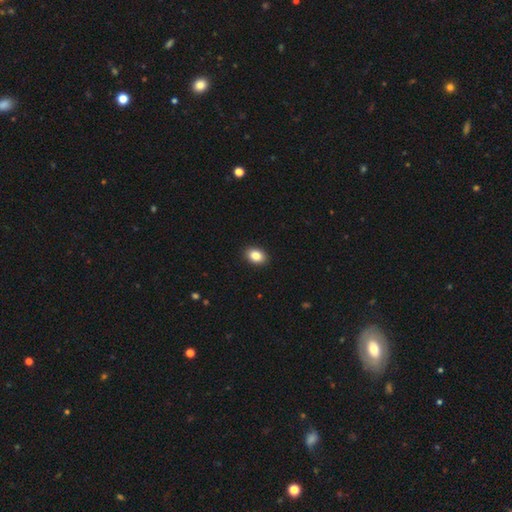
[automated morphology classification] This appears to be a smooth galaxy with no disk features (86%) that is in between round and cigar-shaped (77%). Merging: none (91%).